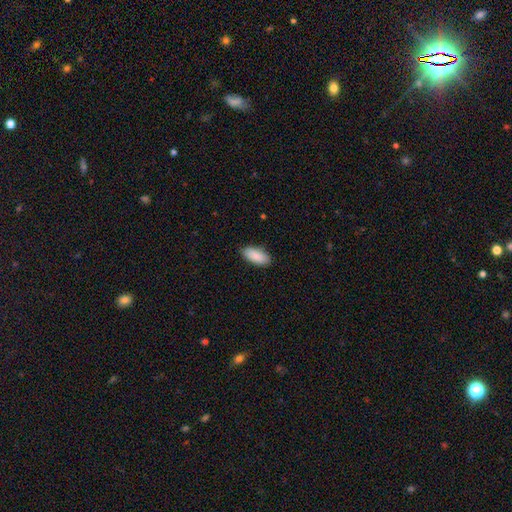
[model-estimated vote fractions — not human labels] A smooth galaxy with no disk features (90%) that is in between round and cigar-shaped (91%). Merging: none (88%).